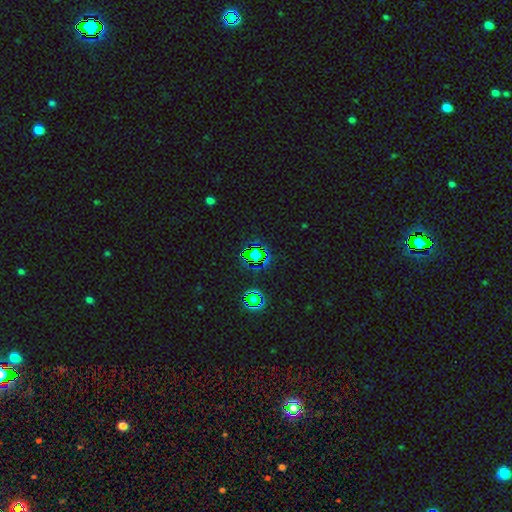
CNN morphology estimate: The model was most divided on "smooth or featured": star or artifact: 75%, smooth: 15%, featured or disk: 10%.